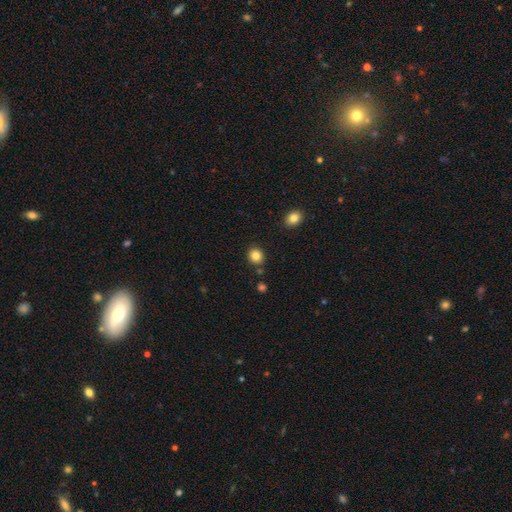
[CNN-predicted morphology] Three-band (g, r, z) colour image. It shows a smooth galaxy with no disk features (84%) that is round (81%). Merging: none (86%).